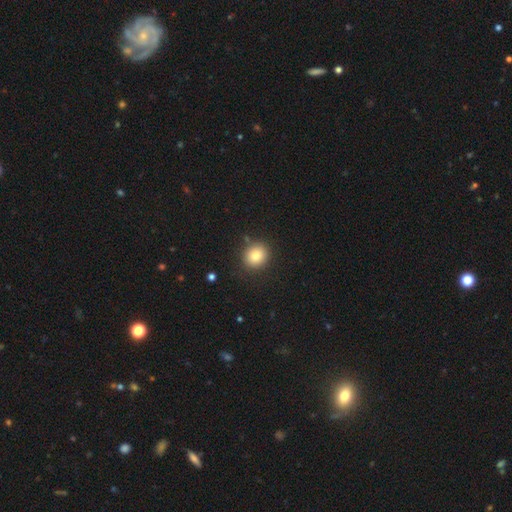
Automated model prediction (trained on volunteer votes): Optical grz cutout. It shows a smooth galaxy with no disk features (82%) that is round (79%). Merging: none (85%).